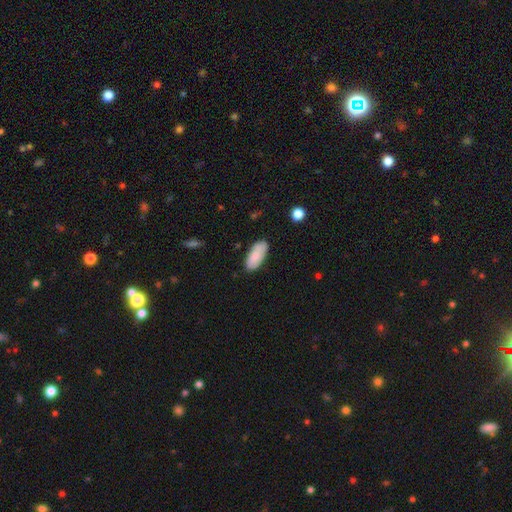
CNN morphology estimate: Smooth or featured: smooth — 80% (featured or disk — 14%)
How rounded: in between — 89% (cigar-shaped — 9%)
Merging: none — 77% (minor disturbance — 17%)